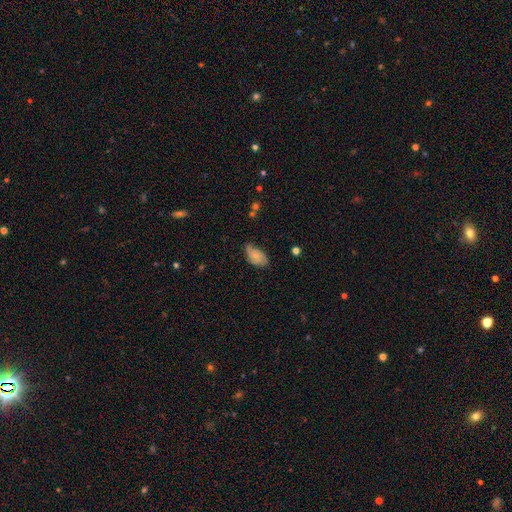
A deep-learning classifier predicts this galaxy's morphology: Q: Smooth or featured?
A: smooth (56%); runner-up: featured or disk (36%)
Q: How rounded?
A: in between (92%); runner-up: round (6%)
Q: Merging?
A: none (55%); runner-up: minor disturbance (35%)